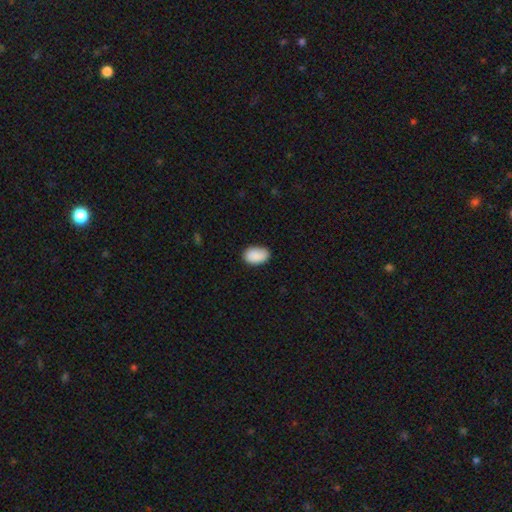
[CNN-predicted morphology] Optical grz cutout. It shows a smooth galaxy with no disk features (90%) that is in between round and cigar-shaped (90%). Merging: none (80%).